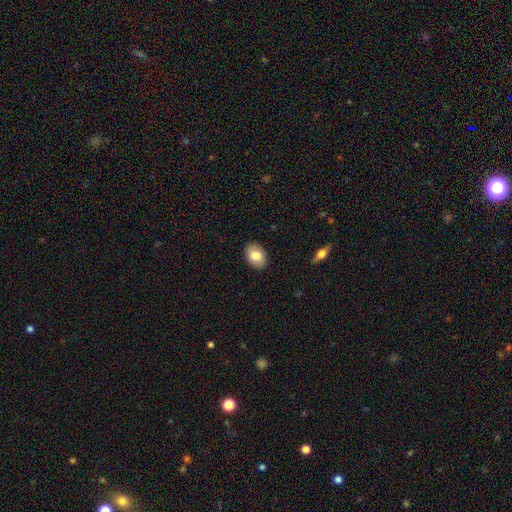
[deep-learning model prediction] Smooth or featured: smooth — 80% (featured or disk — 13%)
How rounded: in between — 76% (round — 22%)
Merging: none — 89% (minor disturbance — 8%)